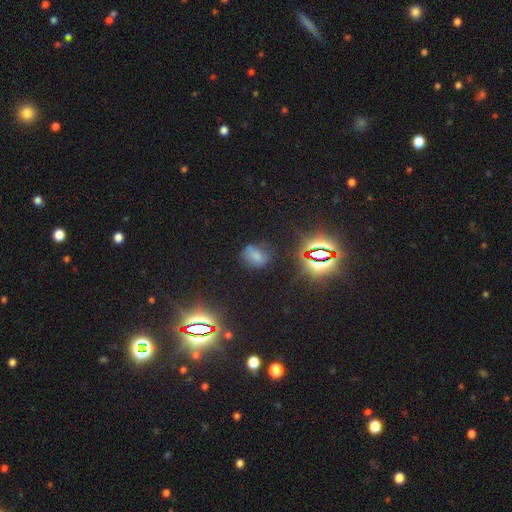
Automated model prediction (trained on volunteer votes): Overall: smooth (57%; star or artifact 29%). How rounded: in between (65%; round 32%). Merging: none (59%; minor disturbance 25%).